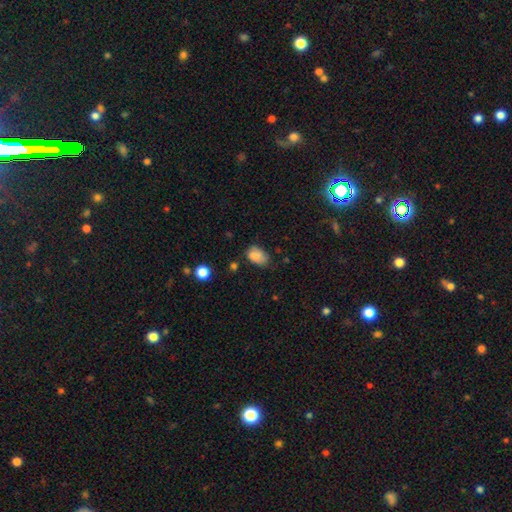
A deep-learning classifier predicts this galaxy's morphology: Smooth or featured? smooth (83%)
How rounded? in between (82%)
Merging? none (54%)